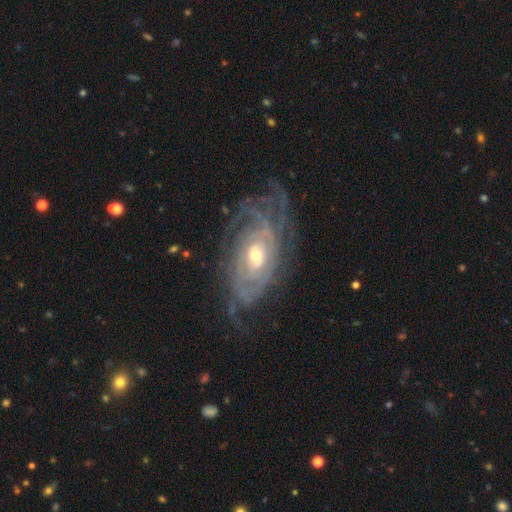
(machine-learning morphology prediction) Smooth or featured?
  - featured or disk: 87% *
  - smooth: 7%
  - star or artifact: 6%
Edge-on disk?
  - no: 94% *
  - yes: 6%
Bar?
  - no: 66% *
  - weak: 25%
  - strong: 9%
Spiral arms?
  - yes: 93% *
  - no: 7%
Spiral winding?
  - tight: 72% *
  - medium: 21%
  - loose: 7%
Spiral arm count?
  - can't tell: 41% *
  - more than 4: 14%
  - 4: 14%
  - 2: 13%
  - 3: 11%
  - 1: 6%
Bulge size?
  - small: 48% *
  - moderate: 46%
  - large: 4%
  - dominant: 1%
  - none: 1%
Merging?
  - none: 66% *
  - minor disturbance: 18%
  - major disturbance: 14%
  - merger: 2%